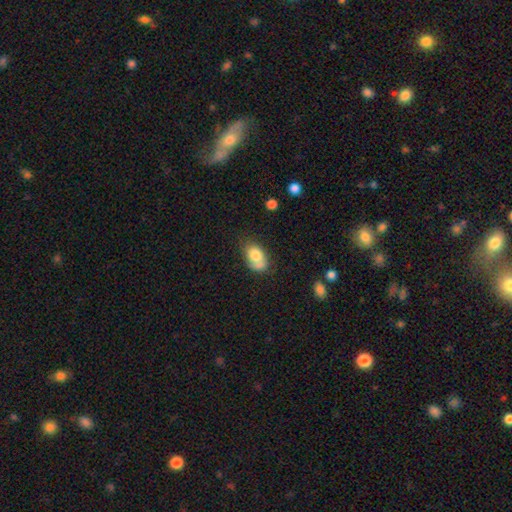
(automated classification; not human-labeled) smooth_or_featured: smooth (p=0.74) [alt: featured or disk p=0.18]
how_rounded: in between (p=0.82) [alt: round p=0.16]
merging: none (p=0.45) [alt: minor disturbance p=0.26]